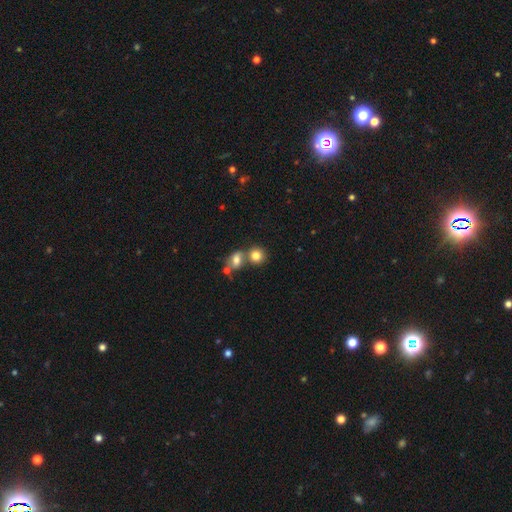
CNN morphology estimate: Smooth or featured: smooth — 80% (star or artifact — 11%)
How rounded: round — 78% (in between — 21%)
Merging: none — 47% (merger — 41%)